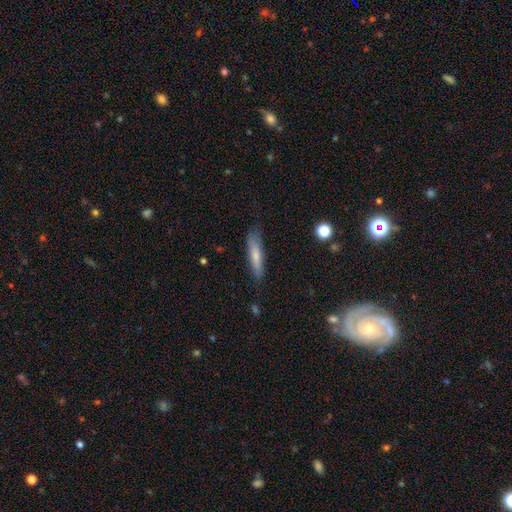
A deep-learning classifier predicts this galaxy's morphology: Smooth or featured: smooth — 69% (featured or disk — 24%)
How rounded: cigar-shaped — 84% (in between — 15%)
Merging: none — 78% (minor disturbance — 17%)